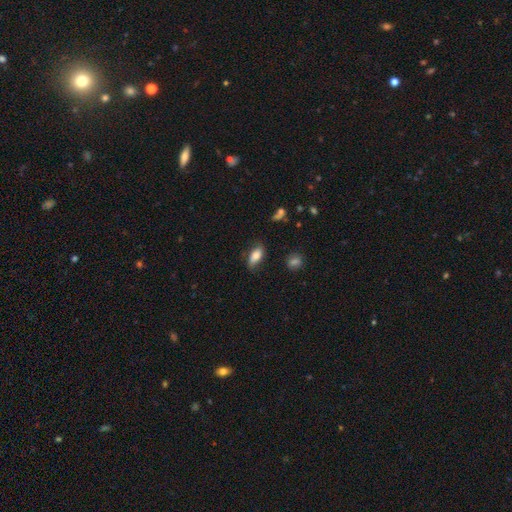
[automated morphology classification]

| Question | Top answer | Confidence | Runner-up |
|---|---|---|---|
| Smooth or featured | smooth | 82% | featured or disk (11%) |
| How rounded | in between | 84% | cigar-shaped (12%) |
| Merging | none | 74% | minor disturbance (20%) |